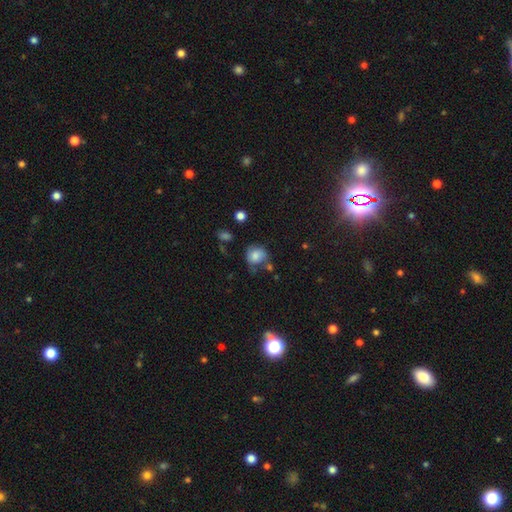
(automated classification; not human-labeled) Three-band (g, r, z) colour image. It shows a smooth galaxy with no disk features (72%) that is round (71%). Merging: none (50%).